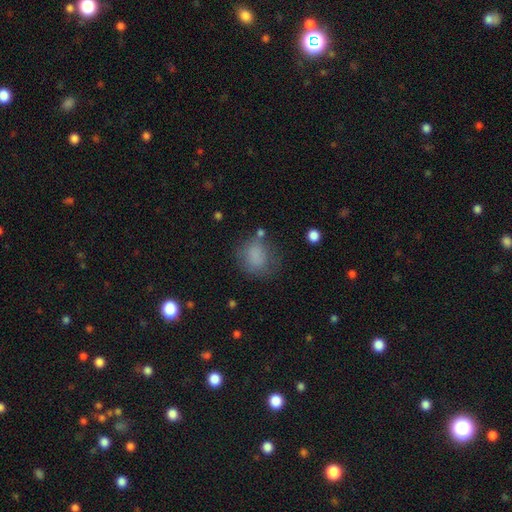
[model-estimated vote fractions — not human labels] smooth 79%, star or artifact 11%, featured or disk 10%. Down the decision tree: how rounded — round (66%); merging — none (60%).